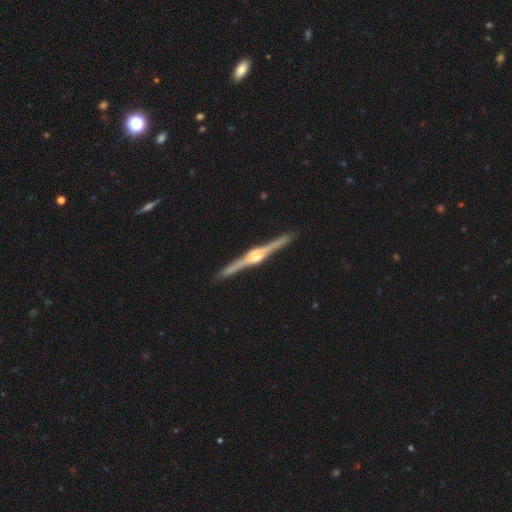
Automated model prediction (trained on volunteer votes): This is clearly a featured or disk galaxy (90%). It is clearly viewed edge-on (99%). Edge-on bulge: clearly rounded (89%). Merging: clearly none (92%).